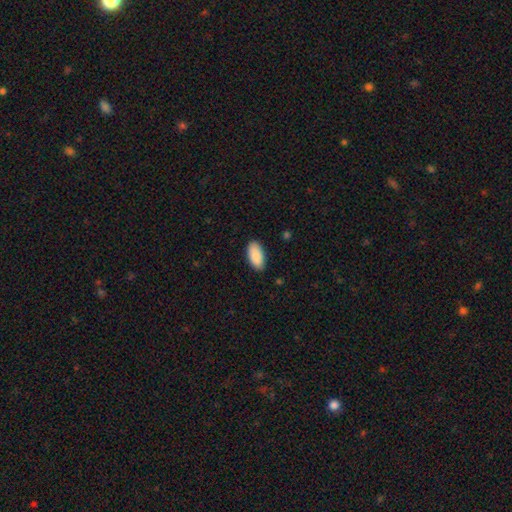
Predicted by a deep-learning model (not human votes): Smooth or featured?
  - smooth: 91% *
  - star or artifact: 6%
  - featured or disk: 4%
How rounded?
  - in between: 94% *
  - cigar-shaped: 4%
  - round: 2%
Merging?
  - none: 86% *
  - minor disturbance: 11%
  - major disturbance: 2%
  - merger: 1%